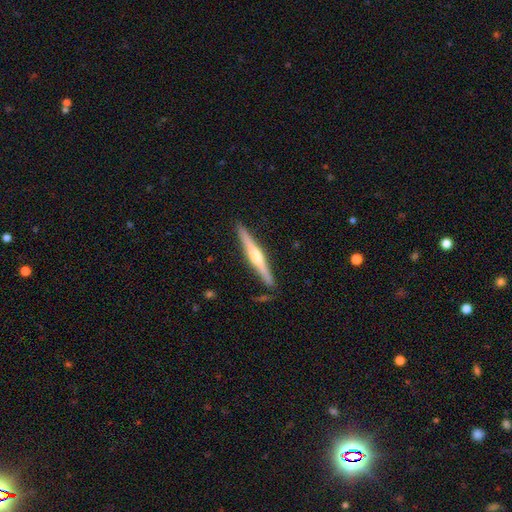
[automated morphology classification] The model was most divided on "smooth or featured": featured or disk: 72%, smooth: 23%, star or artifact: 5%. More confident: edge-on disk — yes (98%); merging — none (88%); edge-on bulge — rounded (83%).